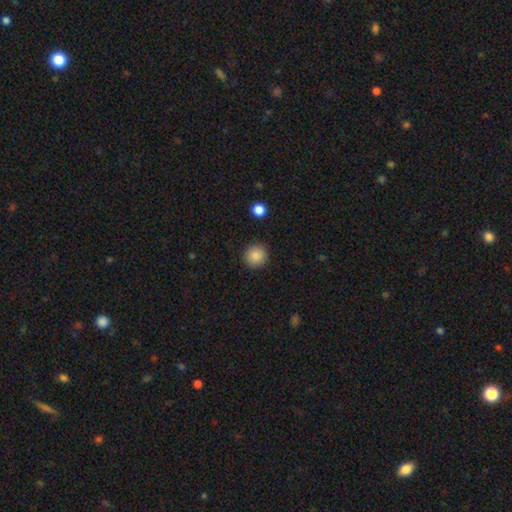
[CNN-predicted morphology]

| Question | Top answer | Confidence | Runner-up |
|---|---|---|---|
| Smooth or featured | smooth | 87% | star or artifact (9%) |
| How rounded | round | 94% | in between (5%) |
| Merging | none | 92% | minor disturbance (5%) |